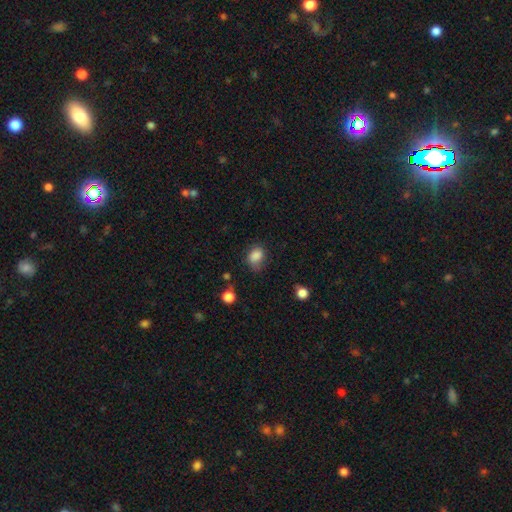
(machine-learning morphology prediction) A smooth galaxy with no disk features (84%) that is in between round and cigar-shaped (60%).

Vote fractions:
- Smooth or featured? smooth: 84% / star or artifact: 10% / featured or disk: 6%
- How rounded? in between: 60% / round: 39% / cigar-shaped: 1%
- Merging? none: 57% / minor disturbance: 30% / major disturbance: 10% / merger: 3%